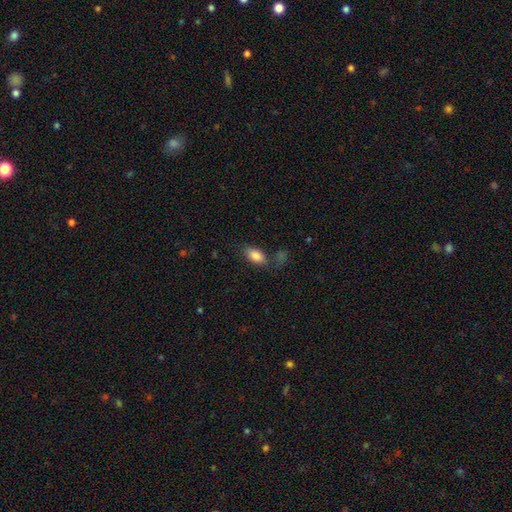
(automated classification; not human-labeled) smooth-or-featured: smooth: 85% | star or artifact: 8% | featured or disk: 8%
  how-rounded: in between: 90% | cigar-shaped: 5% | round: 5%
  merging: none: 70% | minor disturbance: 17% | merger: 8% | major disturbance: 6%